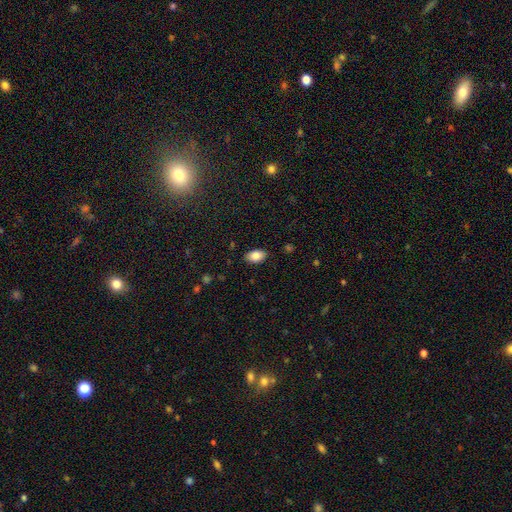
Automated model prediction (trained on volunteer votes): Smooth or featured? Predicted: smooth (p=0.85). How rounded? Predicted: in between (p=0.92). Merging? Predicted: none (p=0.87).